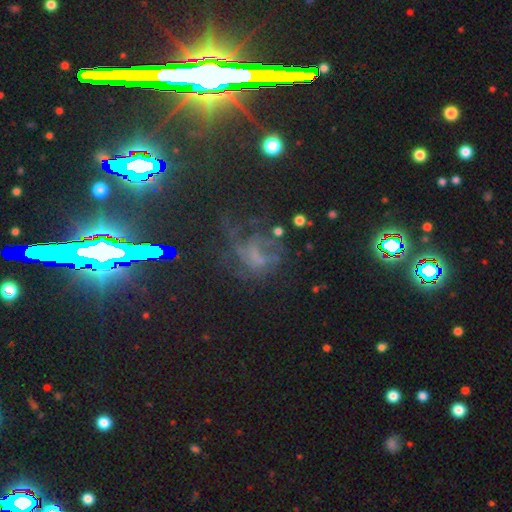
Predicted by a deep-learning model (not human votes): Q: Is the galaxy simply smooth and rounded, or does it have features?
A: star or artifact — 39%.